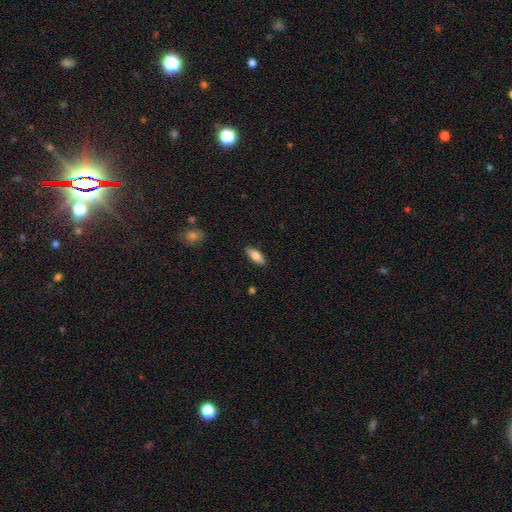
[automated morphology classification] A smooth galaxy with no disk features (79%) that is in between round and cigar-shaped (72%).

Vote fractions:
- Smooth or featured? smooth: 79% / featured or disk: 15% / star or artifact: 6%
- How rounded? in between: 72% / cigar-shaped: 26% / round: 2%
- Merging? none: 89% / minor disturbance: 8% / major disturbance: 2% / merger: 1%